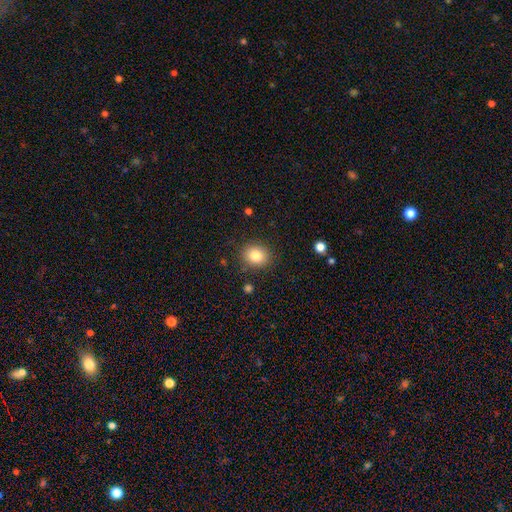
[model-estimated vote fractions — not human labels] The model was most divided on "how rounded": round: 69%, in between: 30%, cigar-shaped: 1%. More confident: merging — none (87%); smooth or featured — smooth (82%).